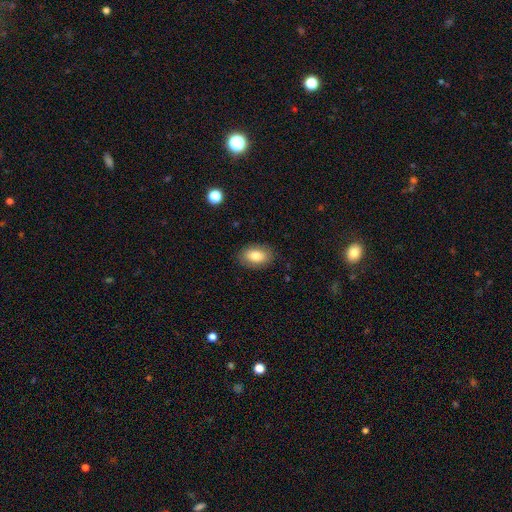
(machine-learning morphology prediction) smooth-or-featured: smooth: 81% | featured or disk: 11% | star or artifact: 7%
  how-rounded: in between: 89% | round: 10% | cigar-shaped: 1%
  merging: none: 86% | minor disturbance: 10% | major disturbance: 3% | merger: 1%